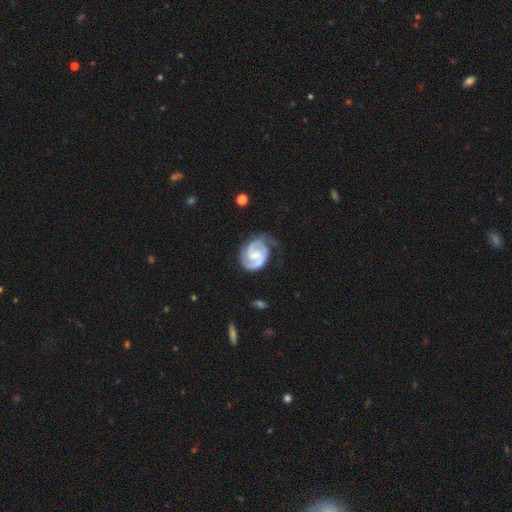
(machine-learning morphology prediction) Smooth or featured: featured or disk — 89% (smooth — 7%)
Edge-on disk: no — 98% (yes — 2%)
Bar: weak — 53% (no — 29%)
Spiral arms: yes — 97% (no — 3%)
Spiral winding: medium — 45% (tight — 44%)
Spiral arm count: 2 — 86% (can't tell — 4%)
Bulge size: small — 46% (moderate — 32%)
Merging: none — 57% (minor disturbance — 25%)